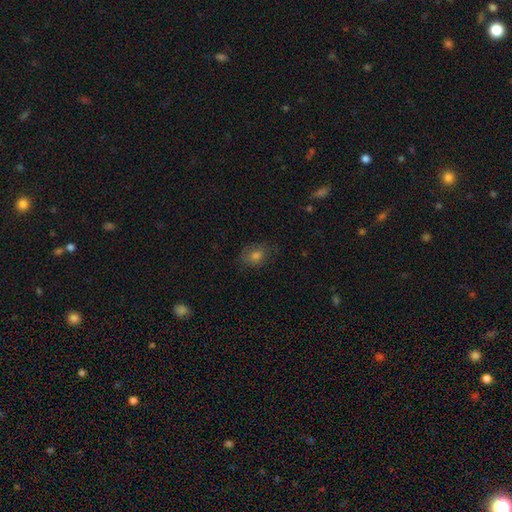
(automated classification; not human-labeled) A smooth galaxy with no disk features (68%) that is in between round and cigar-shaped (55%).

Vote fractions:
- Smooth or featured? smooth: 68% / star or artifact: 17% / featured or disk: 15%
- How rounded? in between: 55% / round: 44% / cigar-shaped: 1%
- Merging? none: 73% / minor disturbance: 20% / major disturbance: 6% / merger: 1%